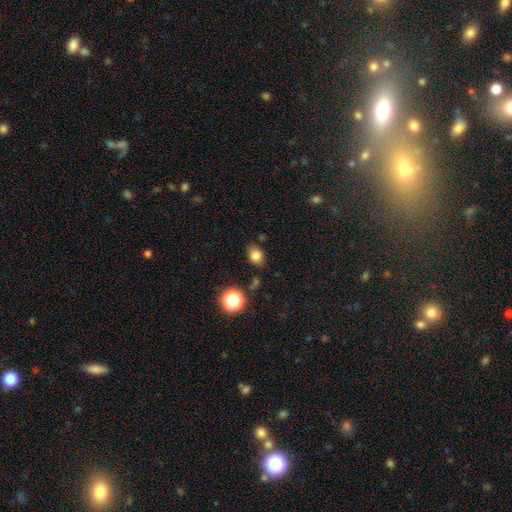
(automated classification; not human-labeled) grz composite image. It shows a smooth galaxy with no disk features (80%) that is in between round and cigar-shaped (56%). Merging: none (80%).